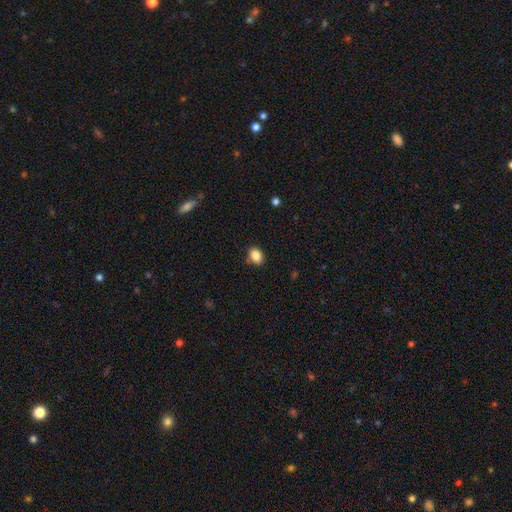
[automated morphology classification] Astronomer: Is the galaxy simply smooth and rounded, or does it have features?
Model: smooth — 86%.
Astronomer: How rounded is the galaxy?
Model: in between — 70%.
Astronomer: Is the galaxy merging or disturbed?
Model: none — 83%.